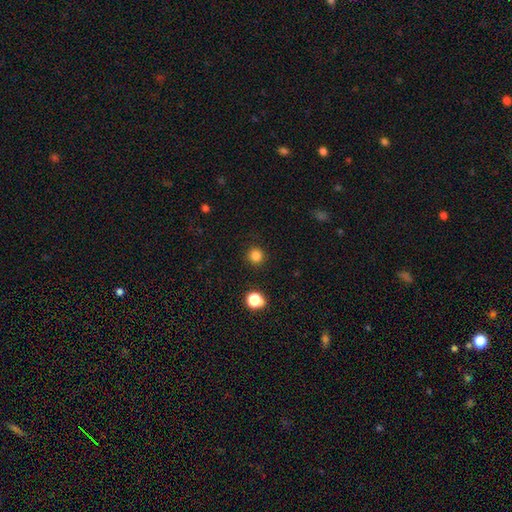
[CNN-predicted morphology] The model was most divided on "smooth or featured": smooth: 83%, star or artifact: 13%, featured or disk: 4%. More confident: how rounded — round (94%); merging — none (91%).